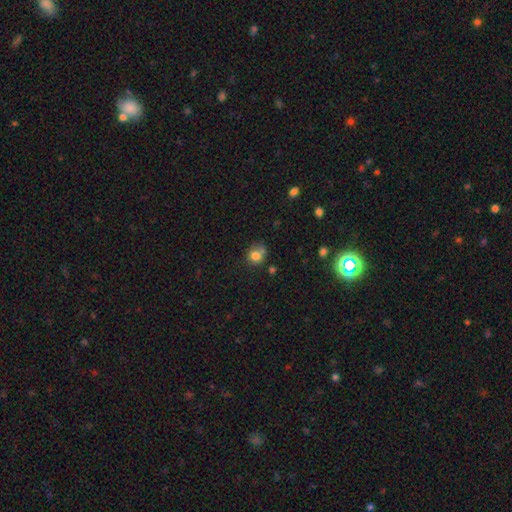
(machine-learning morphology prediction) smooth 78%, star or artifact 12%, featured or disk 10%. Down the decision tree: how rounded — round (78%); merging — none (51%).